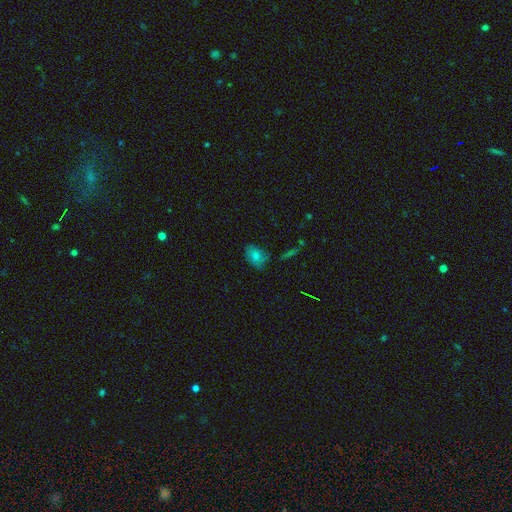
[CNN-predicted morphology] Smooth or featured? Predicted: smooth (p=0.68). How rounded? Predicted: in between (p=0.67). Merging? Predicted: none (p=0.68).